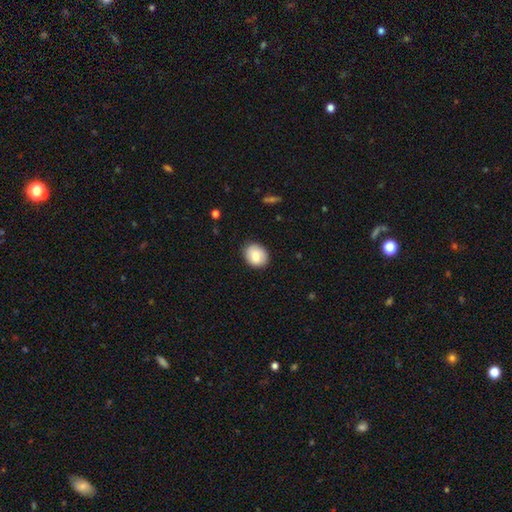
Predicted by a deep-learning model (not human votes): A smooth galaxy with no disk features (80%) that is in between round and cigar-shaped (53%). Merging: none (85%).